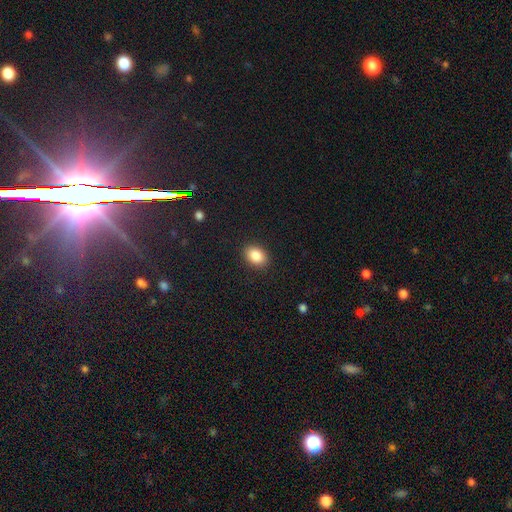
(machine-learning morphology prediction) This appears to be a smooth galaxy with no disk features (87%) that is in between round and cigar-shaped (76%). Merging: none (89%).